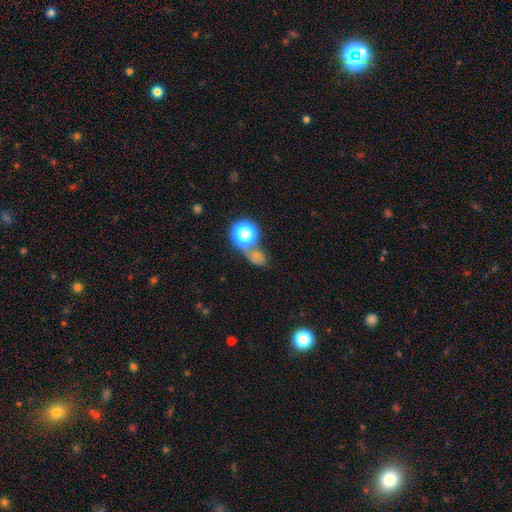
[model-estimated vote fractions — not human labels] Smooth or featured? smooth (55%)
How rounded? round (57%)
Merging? none (38%)